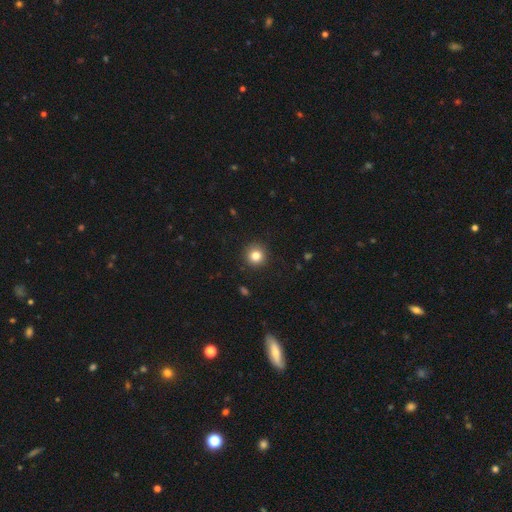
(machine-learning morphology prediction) Q: Smooth or featured?
A: smooth (84%); runner-up: star or artifact (11%)
Q: How rounded?
A: round (94%); runner-up: in between (5%)
Q: Merging?
A: none (91%); runner-up: minor disturbance (6%)